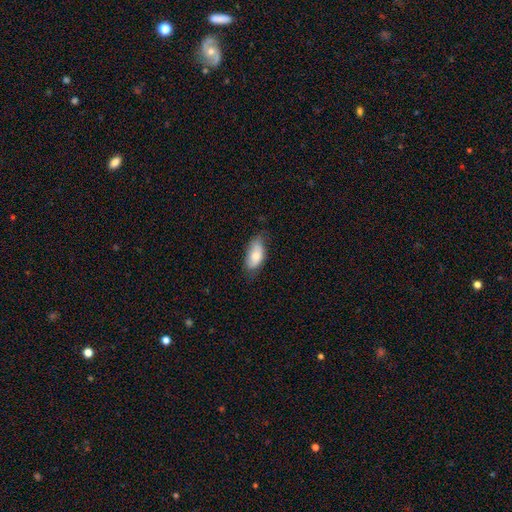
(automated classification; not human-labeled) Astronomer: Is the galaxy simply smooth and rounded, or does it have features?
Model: smooth — 79%.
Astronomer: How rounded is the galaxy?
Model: in between — 92%.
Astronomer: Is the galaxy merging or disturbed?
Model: none — 63%.